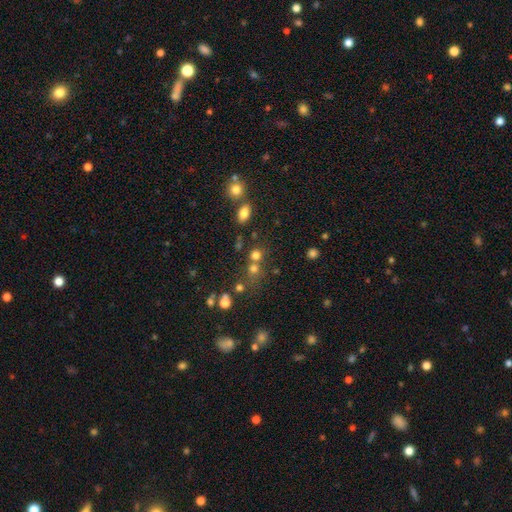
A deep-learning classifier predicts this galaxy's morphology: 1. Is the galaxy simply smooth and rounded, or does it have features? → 71% smooth, 19% star or artifact, 10% featured or disk.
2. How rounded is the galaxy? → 82% round, 17% in between, 1% cigar-shaped.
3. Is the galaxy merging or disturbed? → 55% none, 32% merger, 9% minor disturbance, 5% major disturbance.